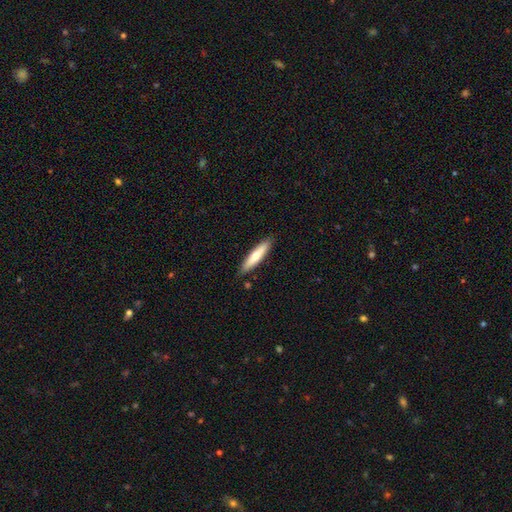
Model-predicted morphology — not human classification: smooth 66%, featured or disk 29%, star or artifact 5%. Down the decision tree: how rounded — cigar-shaped (81%); merging — none (88%).